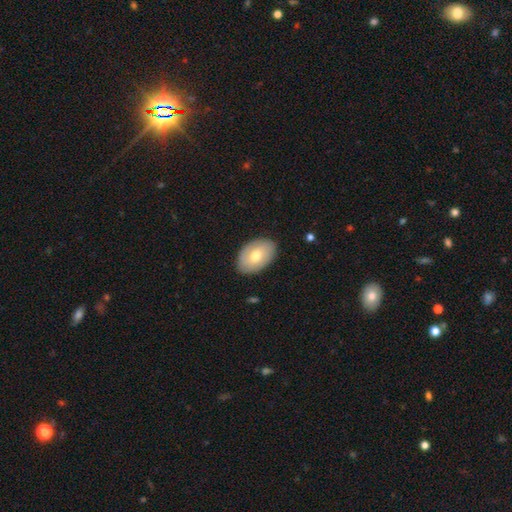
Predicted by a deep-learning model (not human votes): smooth 67%, featured or disk 28%, star or artifact 6%. Down the decision tree: how rounded — in between (89%); merging — none (87%).